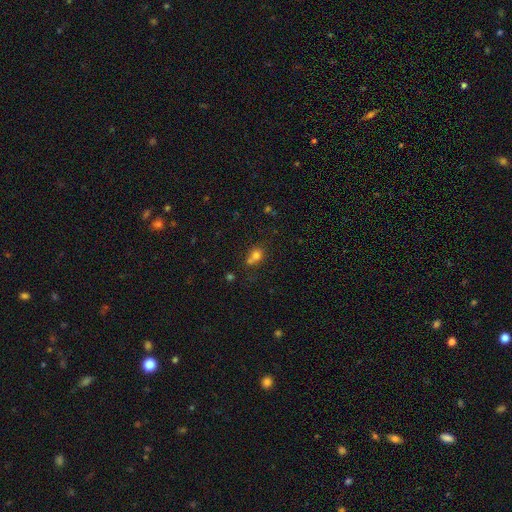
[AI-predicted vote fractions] smooth 75%, star or artifact 14%, featured or disk 11%. Down the decision tree: how rounded — round (54%); merging — none (44%).